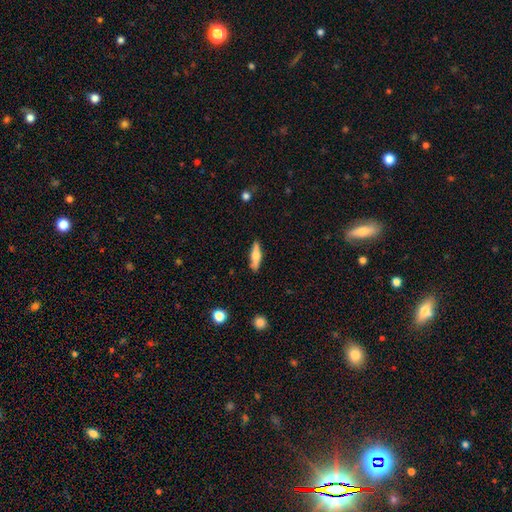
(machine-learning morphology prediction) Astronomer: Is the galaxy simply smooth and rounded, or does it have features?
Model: smooth — 59% (runner-up: featured or disk, 35%).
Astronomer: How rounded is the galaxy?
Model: cigar-shaped — 68%.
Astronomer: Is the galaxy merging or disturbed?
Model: none — 85%.